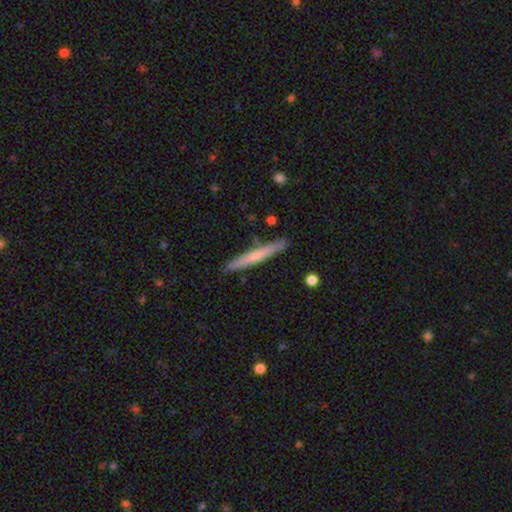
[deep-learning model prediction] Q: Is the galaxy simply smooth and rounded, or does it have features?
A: smooth — 55%.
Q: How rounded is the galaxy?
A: cigar-shaped — 95%.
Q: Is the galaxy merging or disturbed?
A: none — 87%.